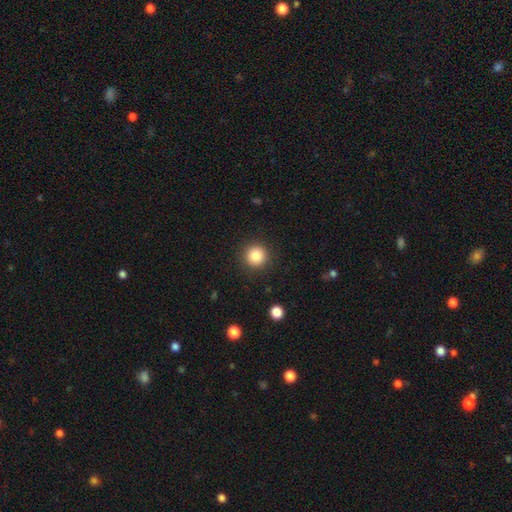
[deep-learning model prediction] Smooth or featured?
  - smooth: 84% *
  - star or artifact: 11%
  - featured or disk: 5%
How rounded?
  - round: 95% *
  - in between: 4%
  - cigar-shaped: 1%
Merging?
  - none: 91% *
  - minor disturbance: 6%
  - major disturbance: 2%
  - merger: 1%